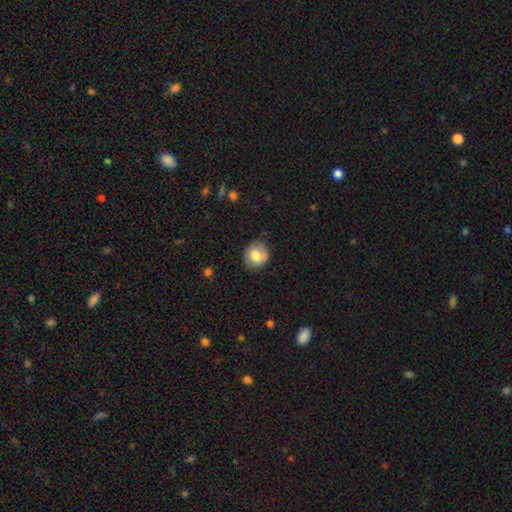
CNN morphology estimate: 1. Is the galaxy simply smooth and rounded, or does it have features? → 79% smooth, 13% featured or disk, 8% star or artifact.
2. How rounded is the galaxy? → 79% round, 20% in between, 1% cigar-shaped.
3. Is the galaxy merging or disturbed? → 82% none, 14% minor disturbance, 3% major disturbance, 1% merger.